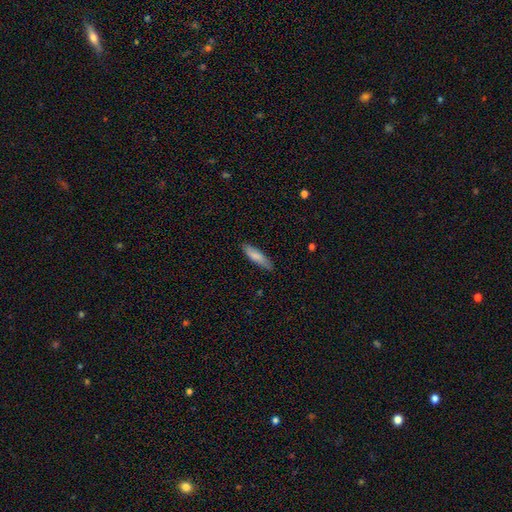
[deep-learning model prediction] This appears to be a smooth galaxy with no disk features (82%) that is cigar-shaped (68%). Merging: none (85%).